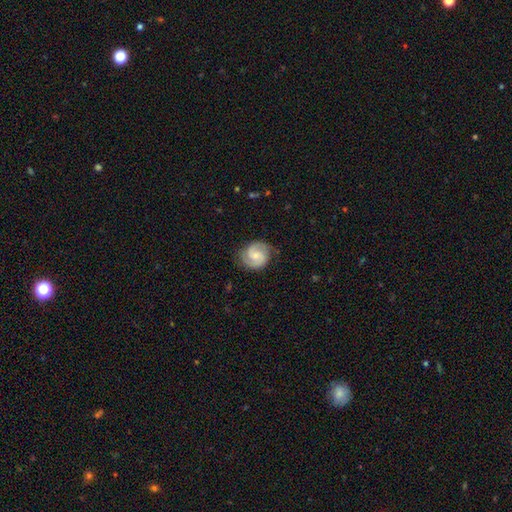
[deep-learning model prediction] Smooth or featured? Predicted: featured or disk (p=0.81). Edge-on disk? Predicted: no (p=0.98). Bar? Predicted: no (p=0.46). Spiral arms? Predicted: yes (p=0.97). Spiral winding? Predicted: medium (p=0.45). Spiral arm count? Predicted: 2 (p=0.91). Bulge size? Predicted: small (p=0.50). Merging? Predicted: none (p=0.80).